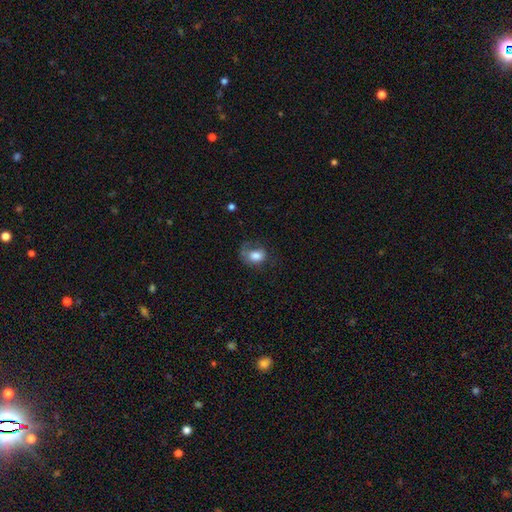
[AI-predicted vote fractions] The model was most divided on "merging": none: 38%, major disturbance: 33%, minor disturbance: 28%, merger: 2%. More confident: smooth or featured — smooth (73%); how rounded — in between (65%).